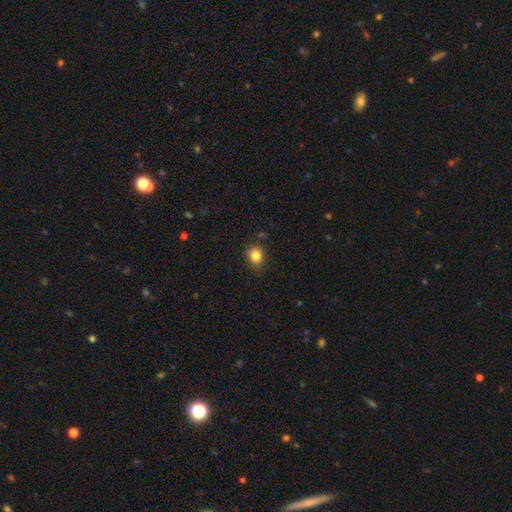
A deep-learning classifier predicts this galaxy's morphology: Smooth or featured: smooth — 84% (star or artifact — 11%)
How rounded: round — 70% (in between — 30%)
Merging: none — 80% (minor disturbance — 15%)